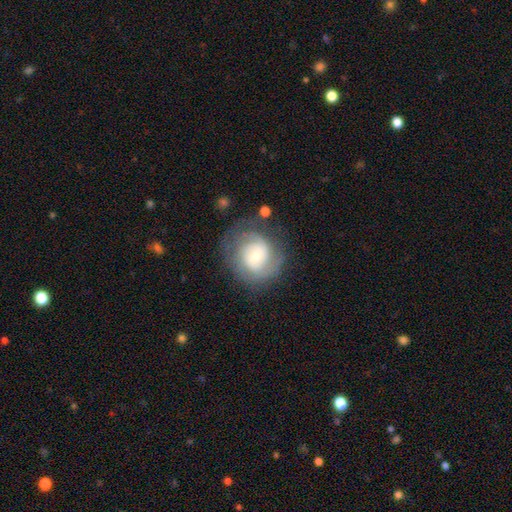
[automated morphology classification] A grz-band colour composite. It shows a featured or disk galaxy (64%) with no bar (61%), 2 (44%) tight (56%) spiral arms (84%) and a small central bulge (48%). Merging: none (69%).